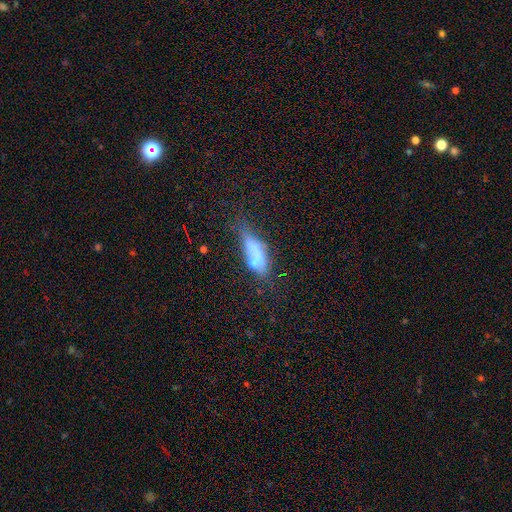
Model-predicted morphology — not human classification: Q: Smooth or featured?
A: smooth (51%); runner-up: featured or disk (37%)
Q: How rounded?
A: in between (65%); runner-up: cigar-shaped (30%)
Q: Merging?
A: merger (28%); tied with: none (28%)